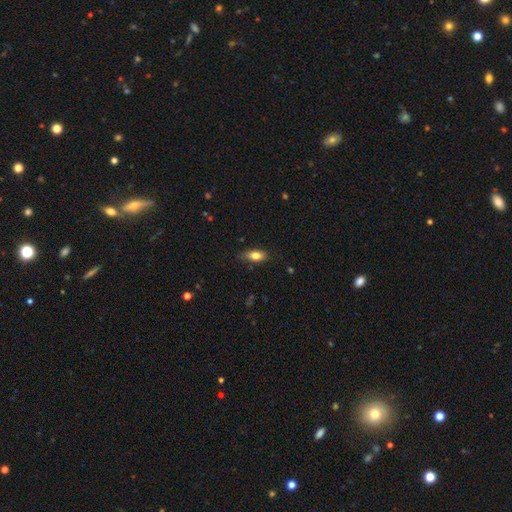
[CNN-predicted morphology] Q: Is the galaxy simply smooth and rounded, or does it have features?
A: smooth — 79%.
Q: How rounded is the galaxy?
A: in between — 82%.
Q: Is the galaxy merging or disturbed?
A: none — 78%.